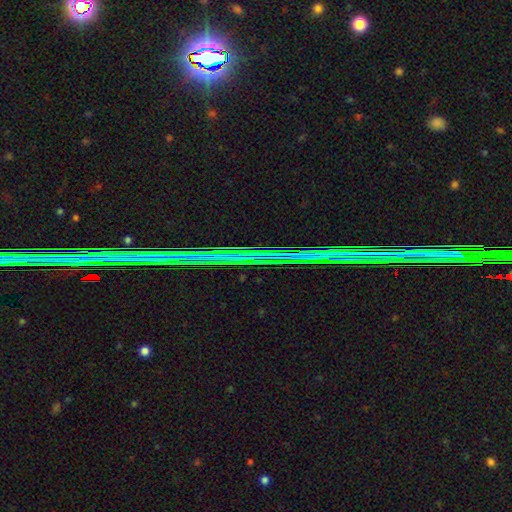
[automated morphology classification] type=star or artifact (86%).